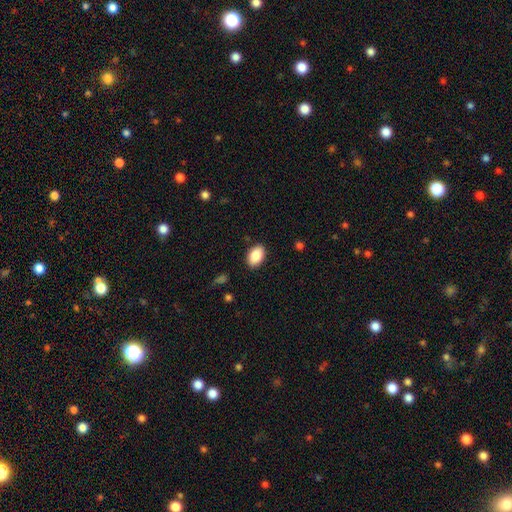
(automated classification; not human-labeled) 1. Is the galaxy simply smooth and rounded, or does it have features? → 87% smooth, 7% star or artifact, 6% featured or disk.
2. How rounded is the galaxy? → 90% in between, 9% round, 1% cigar-shaped.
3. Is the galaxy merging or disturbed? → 88% none, 9% minor disturbance, 2% major disturbance, 1% merger.